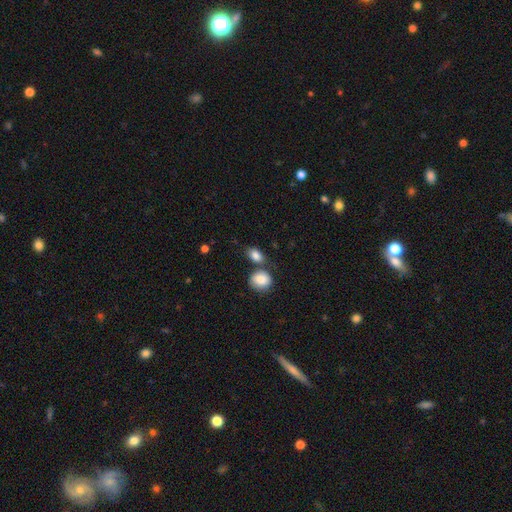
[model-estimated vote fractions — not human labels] A smooth galaxy with no disk features (86%) that is in between round and cigar-shaped (78%).

Vote fractions:
- Smooth or featured? smooth: 86% / star or artifact: 8% / featured or disk: 7%
- How rounded? in between: 78% / round: 19% / cigar-shaped: 2%
- Merging? none: 55% / merger: 27% / minor disturbance: 14% / major disturbance: 4%